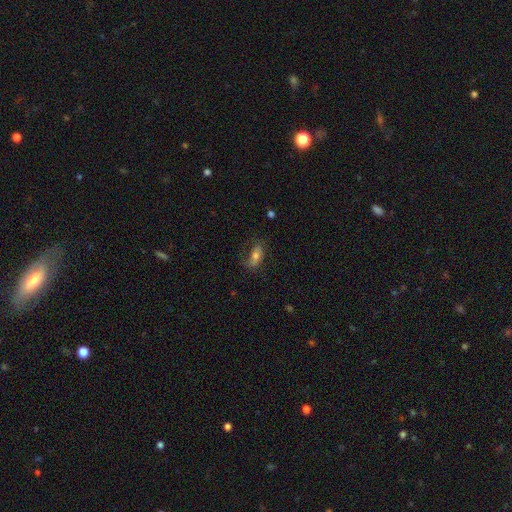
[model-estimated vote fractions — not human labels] Q: Smooth or featured?
A: smooth (55%); runner-up: featured or disk (36%)
Q: How rounded?
A: in between (83%); runner-up: cigar-shaped (10%)
Q: Merging?
A: none (58%); runner-up: minor disturbance (24%)